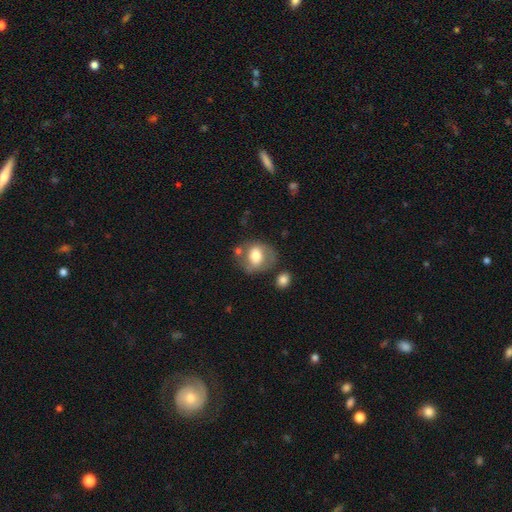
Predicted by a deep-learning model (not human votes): The model was most divided on "how rounded": round: 53%, in between: 46%, cigar-shaped: 1%. More confident: smooth or featured — smooth (60%); merging — none (53%).